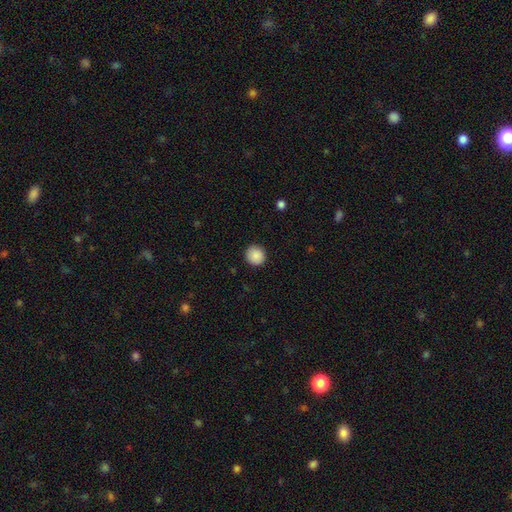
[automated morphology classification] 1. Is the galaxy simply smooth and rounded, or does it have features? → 89% smooth, 8% star or artifact, 3% featured or disk.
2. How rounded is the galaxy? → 92% round, 7% in between, 1% cigar-shaped.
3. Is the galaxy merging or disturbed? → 91% none, 6% minor disturbance, 2% major disturbance, 1% merger.